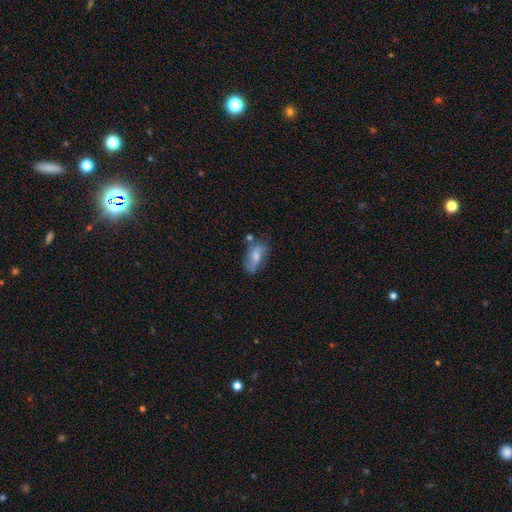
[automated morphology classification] A smooth galaxy with no disk features (47%). Merging: none (49%).